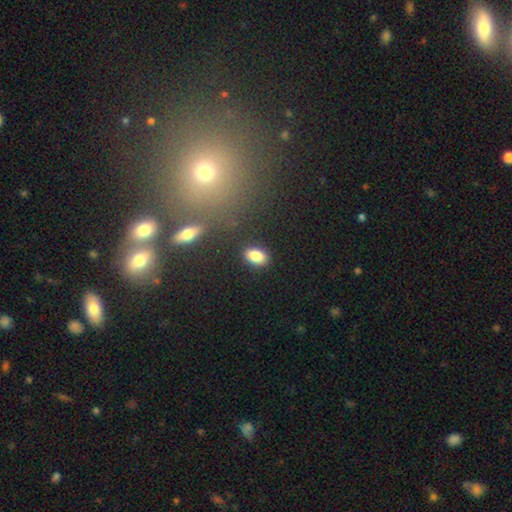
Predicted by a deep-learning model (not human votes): Q: Smooth or featured?
A: smooth (85%); runner-up: star or artifact (9%)
Q: How rounded?
A: in between (87%); runner-up: round (11%)
Q: Merging?
A: none (87%); runner-up: minor disturbance (9%)